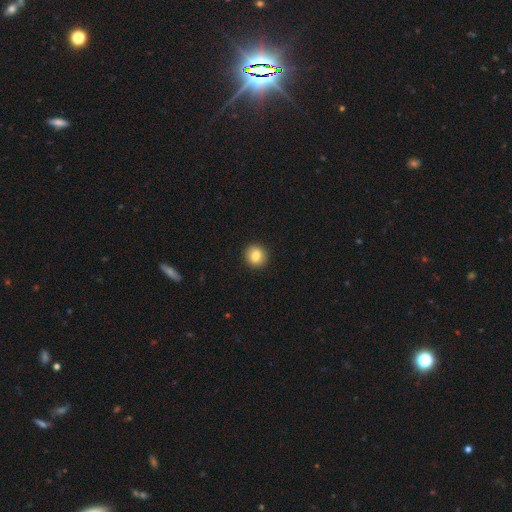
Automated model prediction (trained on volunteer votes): Smooth or featured?
  - smooth: 84% *
  - star or artifact: 9%
  - featured or disk: 8%
How rounded?
  - round: 90% *
  - in between: 9%
  - cigar-shaped: 1%
Merging?
  - none: 93% *
  - minor disturbance: 5%
  - major disturbance: 2%
  - merger: 1%